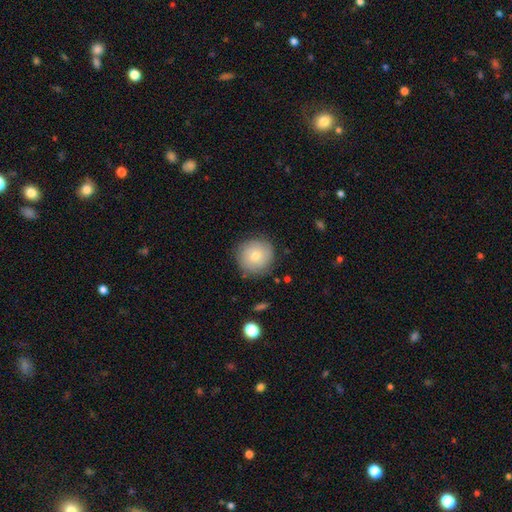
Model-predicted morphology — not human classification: Overall: smooth (71%). How rounded: round (94%). Merging: none (84%).